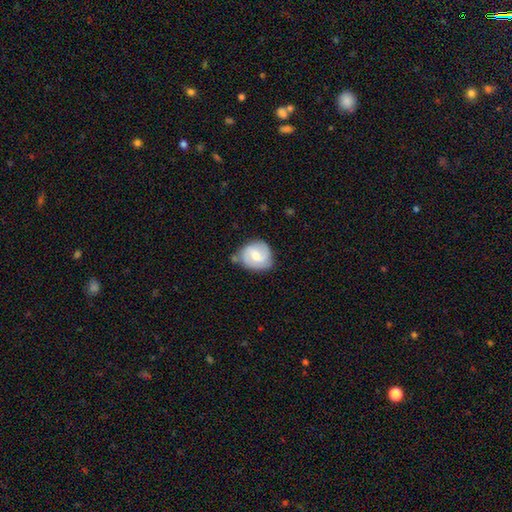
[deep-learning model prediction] The model was most divided on "smooth or featured": featured or disk: 56%, smooth: 38%, star or artifact: 6%. More confident: edge-on disk — no (97%); spiral arms — yes (86%); merging — none (63%); bulge size — moderate (60%); bar — weak (54%).